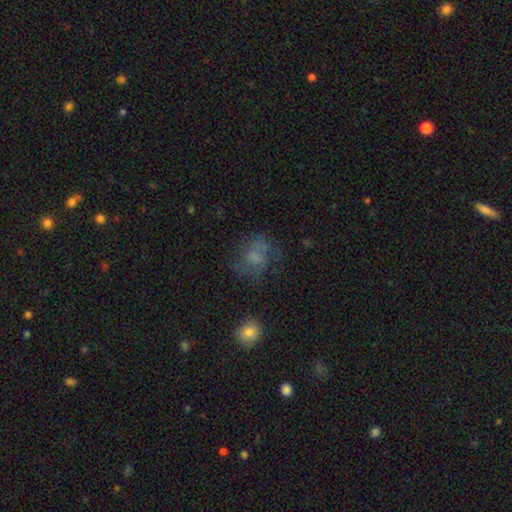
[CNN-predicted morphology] Q: Smooth or featured?
A: smooth (52%); runner-up: featured or disk (31%)
Q: How rounded?
A: round (50%); runner-up: in between (48%)
Q: Merging?
A: none (51%); runner-up: major disturbance (24%)